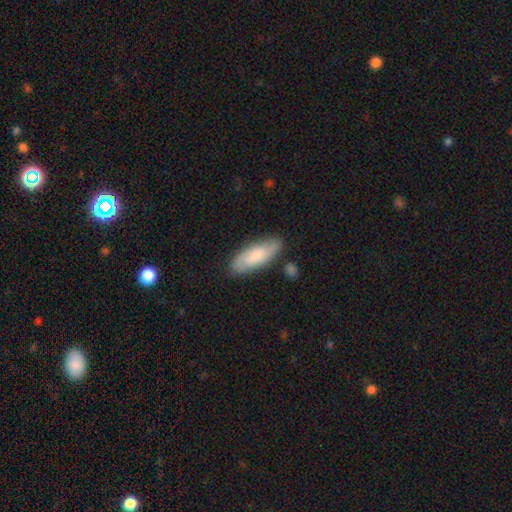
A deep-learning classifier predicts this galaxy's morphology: The model was most divided on "smooth or featured": smooth: 68%, featured or disk: 26%, star or artifact: 6%. More confident: merging — none (81%); how rounded — in between (70%).